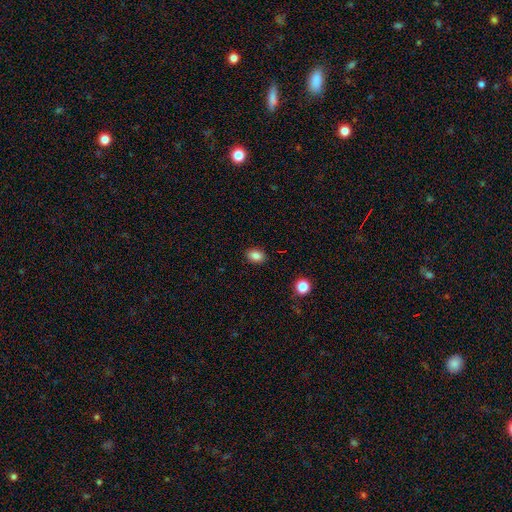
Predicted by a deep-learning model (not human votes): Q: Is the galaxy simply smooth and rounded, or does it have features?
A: smooth — 86%.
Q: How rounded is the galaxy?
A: in between — 72%.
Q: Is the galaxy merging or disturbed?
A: none — 89%.